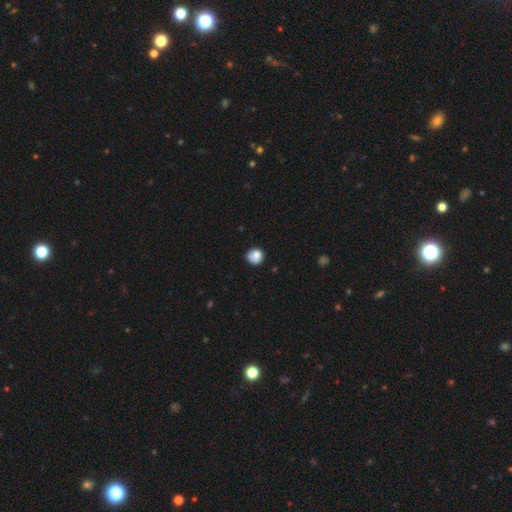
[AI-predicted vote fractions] smooth 86%, star or artifact 9%, featured or disk 6%. Down the decision tree: how rounded — round (91%); merging — none (83%).